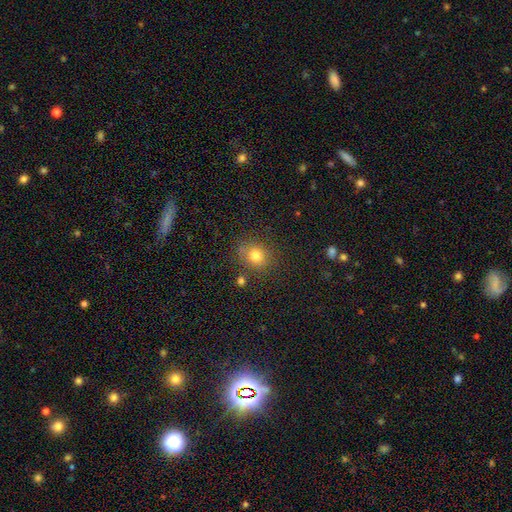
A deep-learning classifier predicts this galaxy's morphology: This appears to be a smooth galaxy with no disk features (79%) that is round (74%). Merging: none (79%).